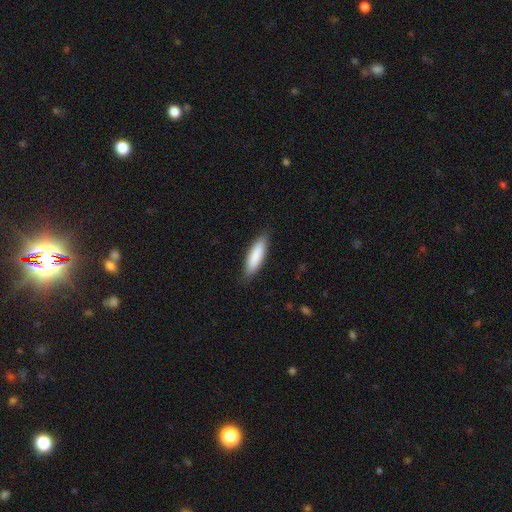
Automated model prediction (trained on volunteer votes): This is clearly a smooth galaxy (85%). How rounded: likely cigar-shaped (62%). Merging: clearly none (85%).